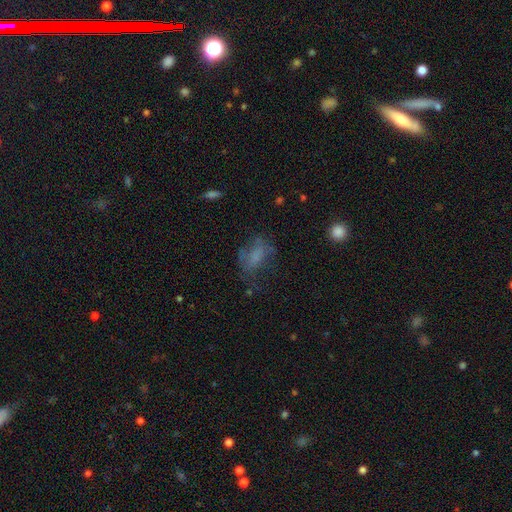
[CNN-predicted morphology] Q: Smooth or featured?
A: smooth (54%); runner-up: featured or disk (29%)
Q: How rounded?
A: in between (78%); runner-up: round (17%)
Q: Merging?
A: none (44%); runner-up: major disturbance (29%)